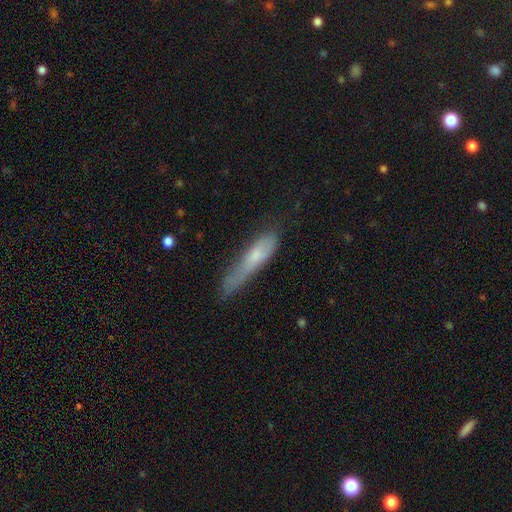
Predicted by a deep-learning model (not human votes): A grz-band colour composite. It shows a smooth galaxy with no disk features (64%) that is cigar-shaped (80%). Merging: none (38%).